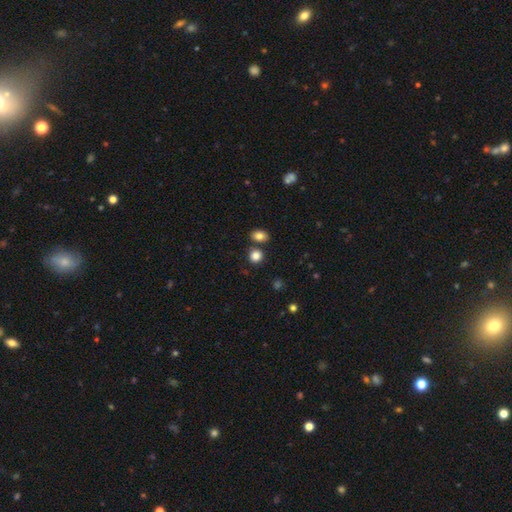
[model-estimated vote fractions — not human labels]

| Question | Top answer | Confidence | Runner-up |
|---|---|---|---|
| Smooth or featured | smooth | 84% | star or artifact (11%) |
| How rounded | round | 75% | in between (24%) |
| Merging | none | 73% | merger (16%) |